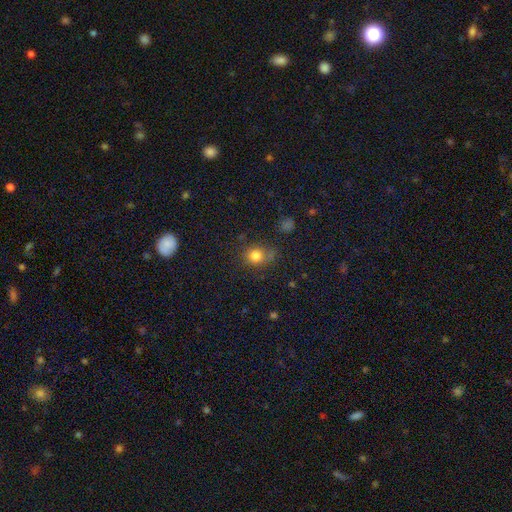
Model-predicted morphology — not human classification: This appears to be a smooth galaxy with no disk features (80%) that is round (77%). Merging: none (68%).